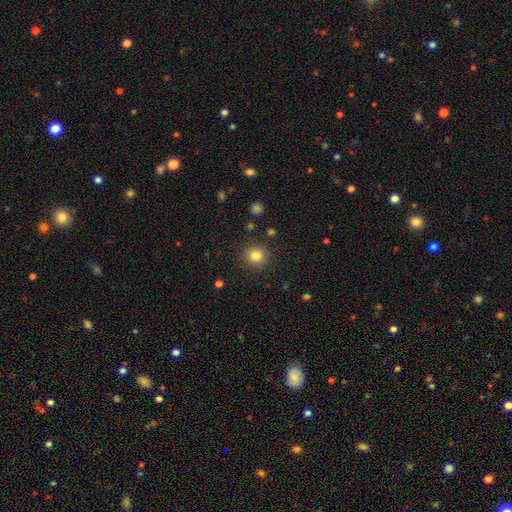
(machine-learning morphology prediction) A smooth galaxy with no disk features (82%) that is round (92%). Merging: none (90%).